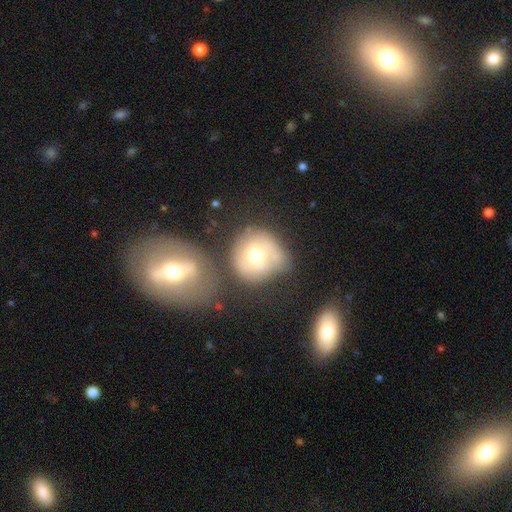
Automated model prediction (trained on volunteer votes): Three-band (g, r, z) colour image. It shows a smooth galaxy with no disk features (62%) that is round (84%). Merging: none (46%).